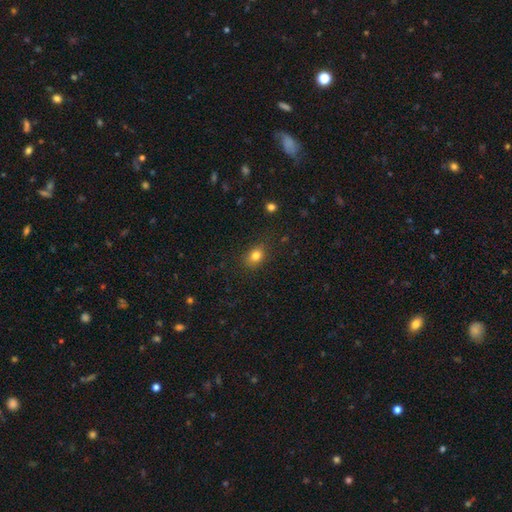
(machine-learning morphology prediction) type=smooth (81%); roundness=in between (58%); merging=none (80%).